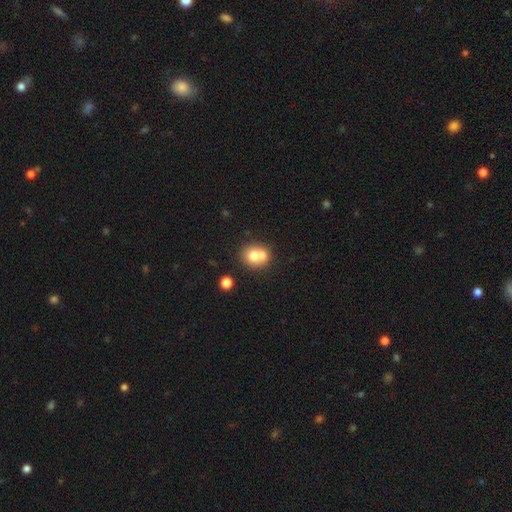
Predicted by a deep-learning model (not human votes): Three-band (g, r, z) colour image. It shows a smooth galaxy with no disk features (71%) that is round (75%). Merging: merger (51%).